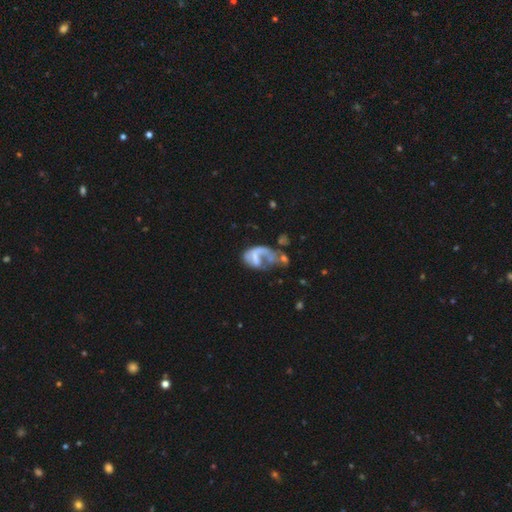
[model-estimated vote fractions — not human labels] The model was most divided on "spiral arms": yes: 58%, no: 42%. Remaining: edge-on disk — no (98%); smooth or featured — featured or disk (65%); bar — no (56%); bulge size — none (55%); merging — major disturbance (48%).